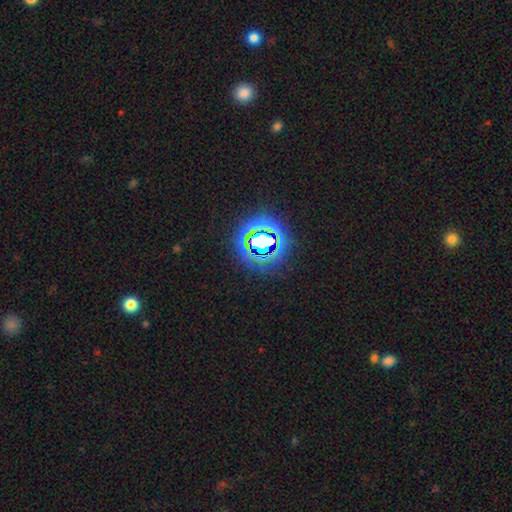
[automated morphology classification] This appears to be a star or artifact, not a galaxy (80%).